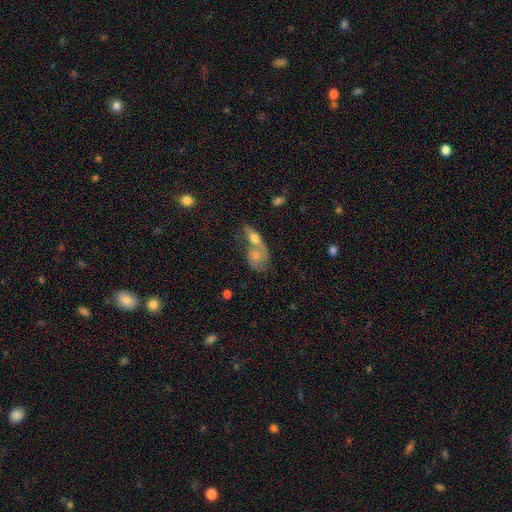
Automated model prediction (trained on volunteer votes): The model was most divided on "smooth or featured": smooth: 48%, featured or disk: 42%, star or artifact: 10%. More confident: merging — merger (65%).